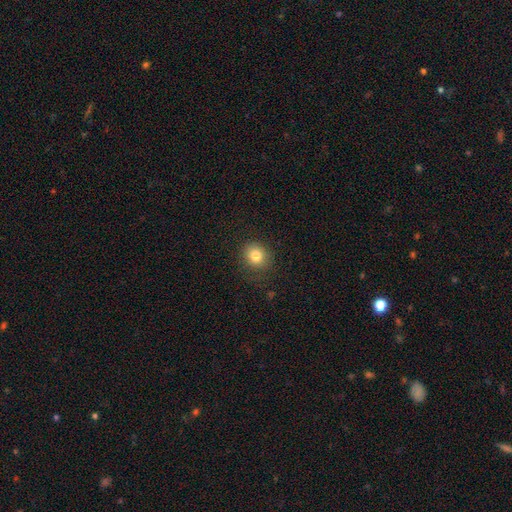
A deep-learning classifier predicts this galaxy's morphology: Smooth or featured? smooth (82%)
How rounded? round (79%)
Merging? none (84%)